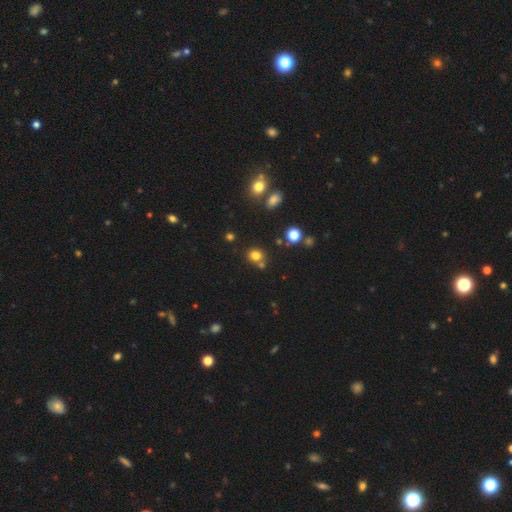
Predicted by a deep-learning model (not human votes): Morphology: type=smooth (77%); roundness=round (79%); merging=none (68%).